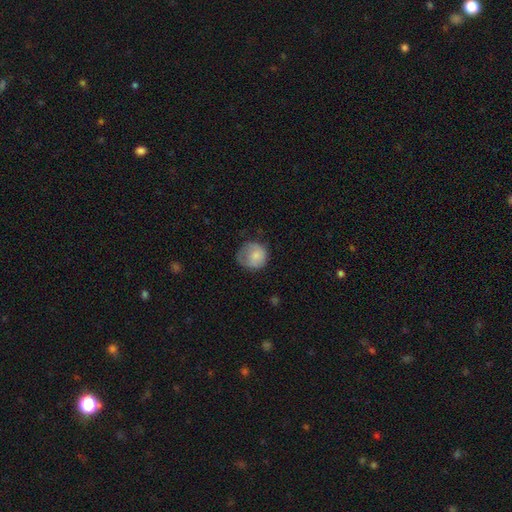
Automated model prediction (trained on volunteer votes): Overall: smooth (76%). How rounded: round (84%). Merging: none (52%; minor disturbance 29%).